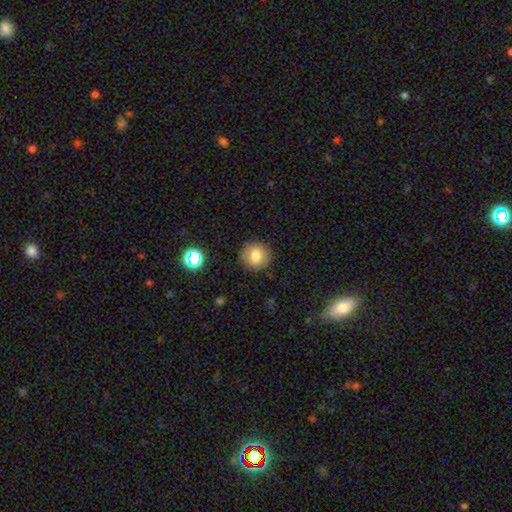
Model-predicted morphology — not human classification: This is likely a smooth galaxy (80%). How rounded: clearly round (91%). Merging: clearly none (90%).